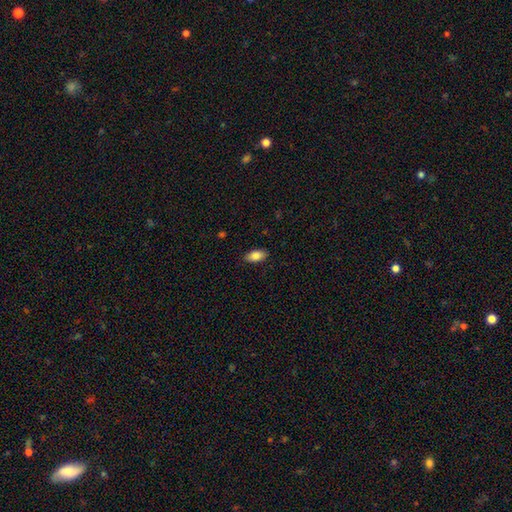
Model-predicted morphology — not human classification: smooth_or_featured: smooth (p=0.85) [alt: featured or disk p=0.08]
how_rounded: in between (p=0.91) [alt: cigar-shaped p=0.06]
merging: none (p=0.87) [alt: minor disturbance p=0.10]